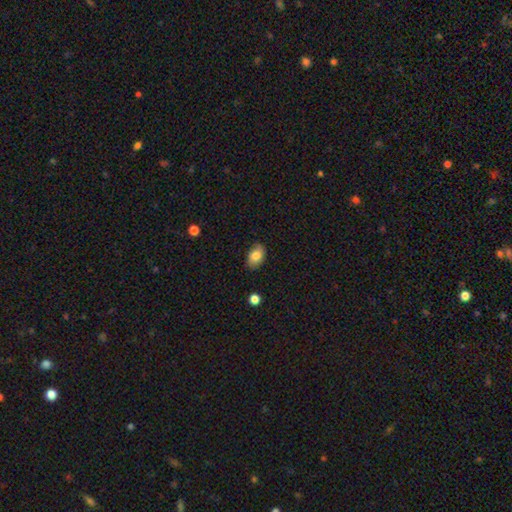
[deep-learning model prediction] A smooth galaxy with no disk features (81%) that is in between round and cigar-shaped (86%).

Vote fractions:
- Smooth or featured? smooth: 81% / featured or disk: 11% / star or artifact: 8%
- How rounded? in between: 86% / round: 12% / cigar-shaped: 1%
- Merging? none: 81% / minor disturbance: 16% / major disturbance: 3% / merger: 1%